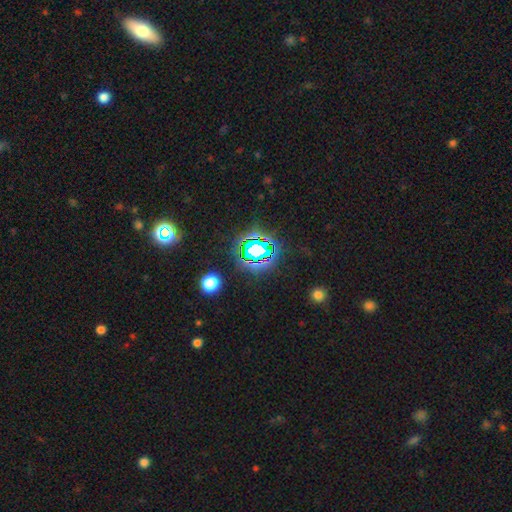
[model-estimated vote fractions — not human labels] smooth-or-featured: star or artifact: 79% | smooth: 14% | featured or disk: 7%